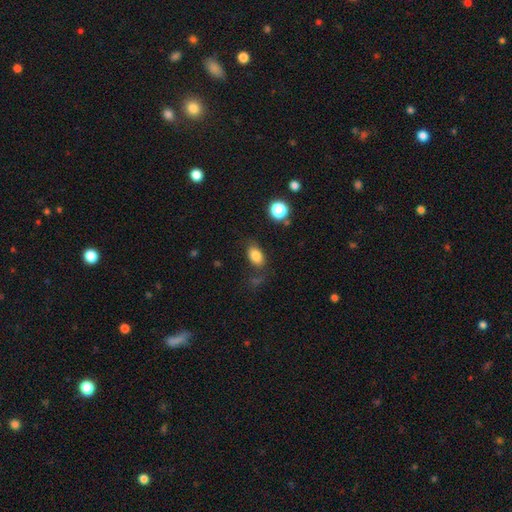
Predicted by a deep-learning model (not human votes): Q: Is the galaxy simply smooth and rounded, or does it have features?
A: smooth — 82%.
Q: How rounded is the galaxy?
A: in between — 86%.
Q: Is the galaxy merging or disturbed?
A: none — 75%.